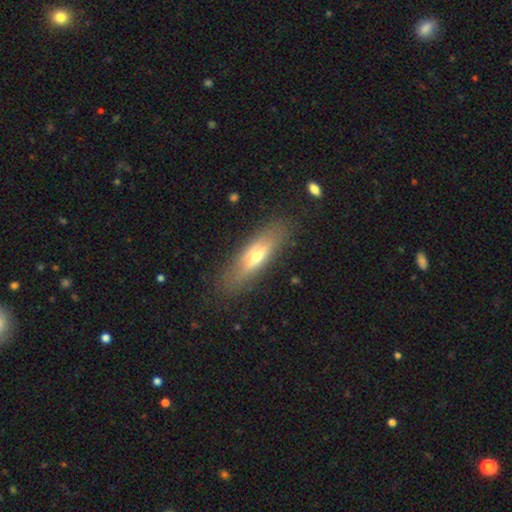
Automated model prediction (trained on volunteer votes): A featured or disk galaxy (47%).

Vote fractions:
- Smooth or featured? featured or disk: 47% / smooth: 46% / star or artifact: 7%
- Merging? none: 84% / minor disturbance: 11% / major disturbance: 3% / merger: 1%